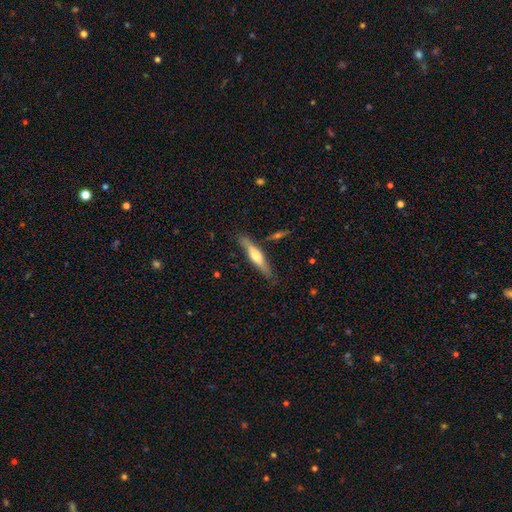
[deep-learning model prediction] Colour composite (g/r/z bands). It shows a featured or disk galaxy (54%) viewed edge-on (93%) with a rounded central bulge (87%). Merging: none (81%).